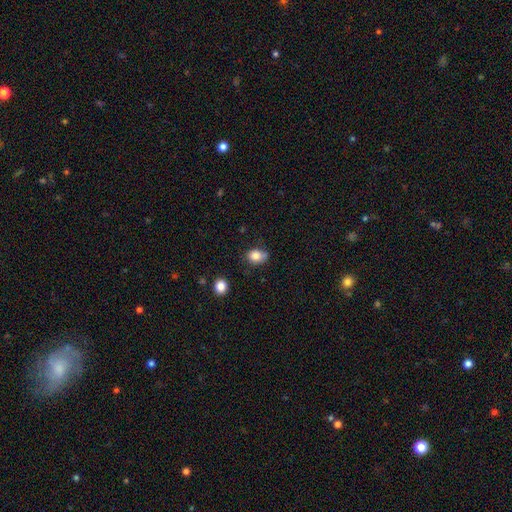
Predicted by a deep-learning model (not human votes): Morphology: type=smooth (82%); roundness=in between (53%); merging=none (58%).